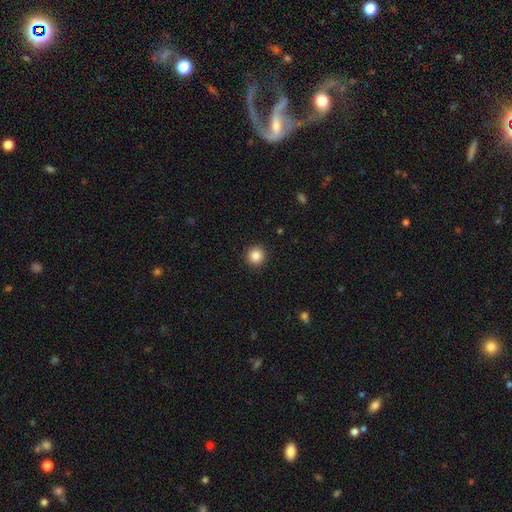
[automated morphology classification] Smooth or featured? smooth (86%)
How rounded? round (95%)
Merging? none (92%)